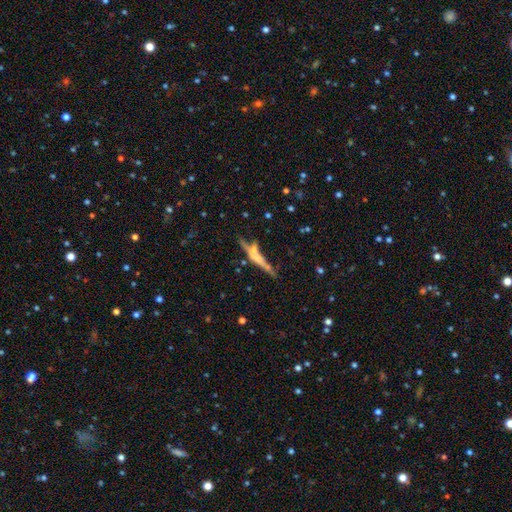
Overall: featured or disk (67%). Edge-on disk: yes (96%). Edge-on bulge: rounded (40%; none 32%). Merging: none (39%; merger 28%).